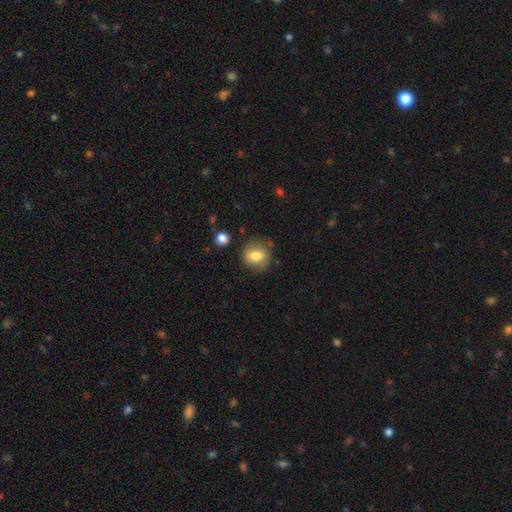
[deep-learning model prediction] smooth_or_featured: smooth (p=0.77) [alt: featured or disk p=0.14]
how_rounded: round (p=0.76) [alt: in between p=0.23]
merging: none (p=0.79) [alt: minor disturbance p=0.14]